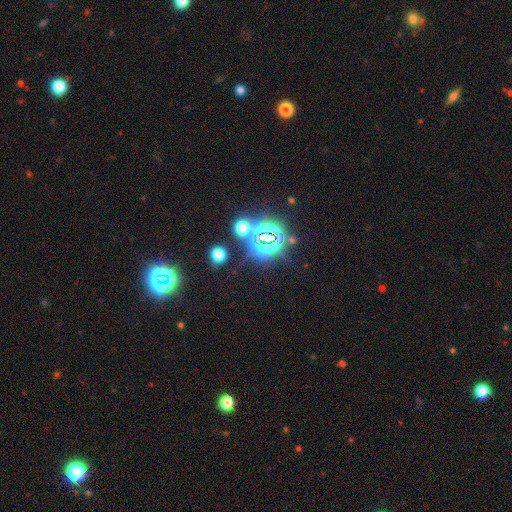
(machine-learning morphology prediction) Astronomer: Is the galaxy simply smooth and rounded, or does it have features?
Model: star or artifact — 80%.